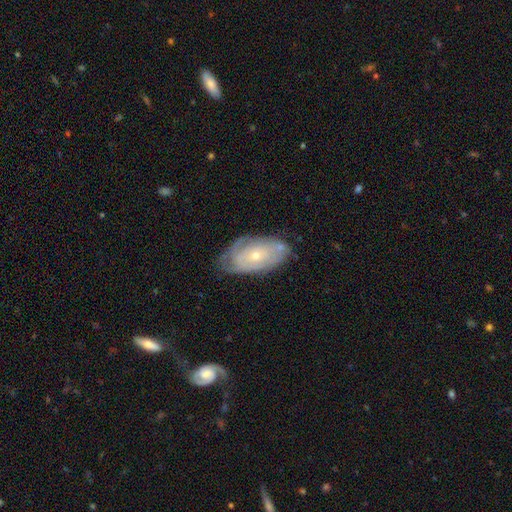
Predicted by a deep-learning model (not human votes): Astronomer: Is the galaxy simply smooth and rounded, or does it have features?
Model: featured or disk — 62%.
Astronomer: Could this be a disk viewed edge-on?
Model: no — 92%.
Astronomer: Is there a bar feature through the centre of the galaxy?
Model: no — 82%.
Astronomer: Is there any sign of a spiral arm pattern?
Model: yes — 64%.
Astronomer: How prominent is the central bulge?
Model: small — 65%.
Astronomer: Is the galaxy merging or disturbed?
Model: none — 59%.